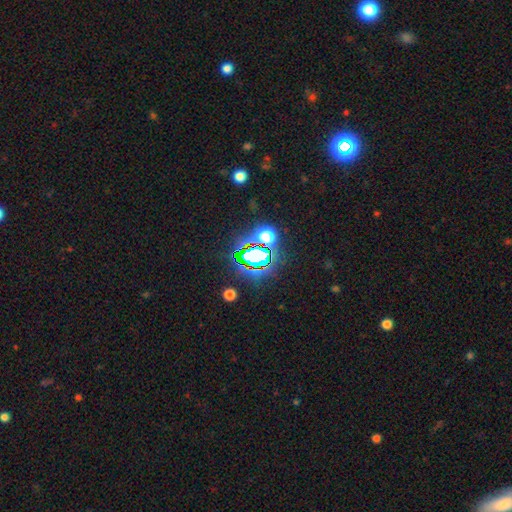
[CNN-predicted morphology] A star or artifact, not a galaxy (69%).